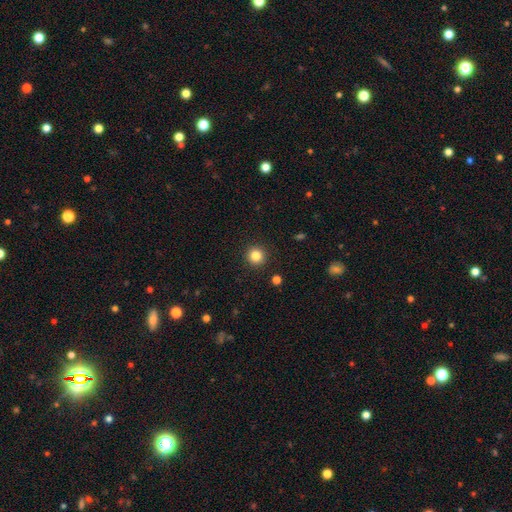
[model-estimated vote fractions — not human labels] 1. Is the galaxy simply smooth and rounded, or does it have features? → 83% smooth, 12% star or artifact, 5% featured or disk.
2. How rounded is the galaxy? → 95% round, 4% in between, 1% cigar-shaped.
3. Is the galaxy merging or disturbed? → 93% none, 4% minor disturbance, 2% major disturbance, 1% merger.